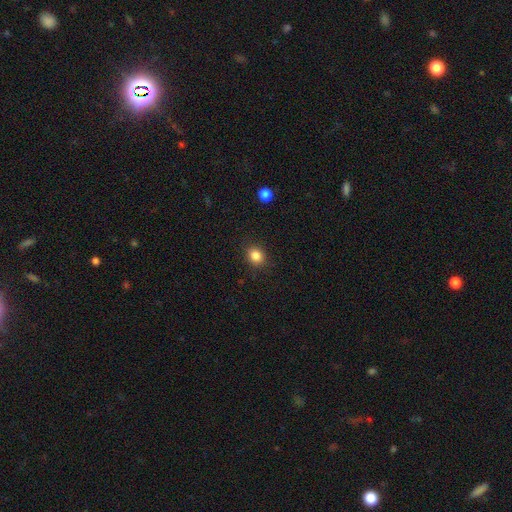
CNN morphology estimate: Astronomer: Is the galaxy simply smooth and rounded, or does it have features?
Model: smooth — 85%.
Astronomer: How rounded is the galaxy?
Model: round — 62%.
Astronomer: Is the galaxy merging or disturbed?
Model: none — 88%.